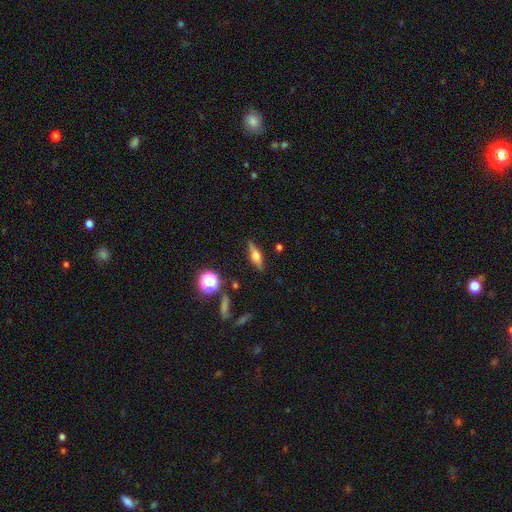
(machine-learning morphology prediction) type=featured or disk (54%); edge-on=yes (93%); edge-on bulge=rounded (89%); merging=none (85%).